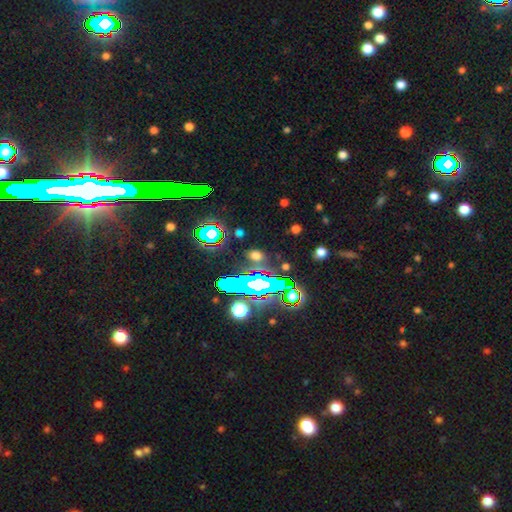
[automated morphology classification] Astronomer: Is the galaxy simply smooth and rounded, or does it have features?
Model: star or artifact — 47% (runner-up: smooth, 42%).